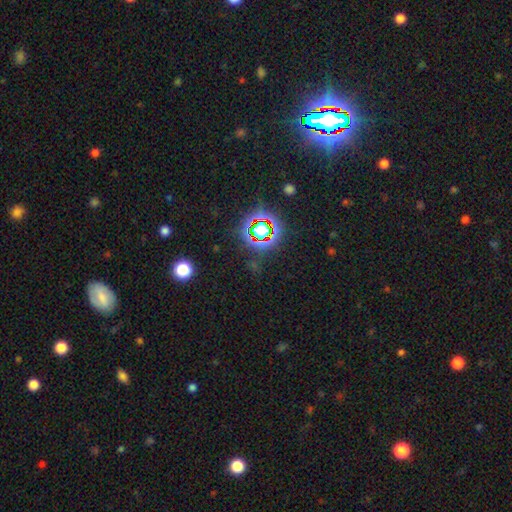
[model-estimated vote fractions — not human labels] Smooth or featured?
  - star or artifact: 79% *
  - smooth: 12%
  - featured or disk: 9%